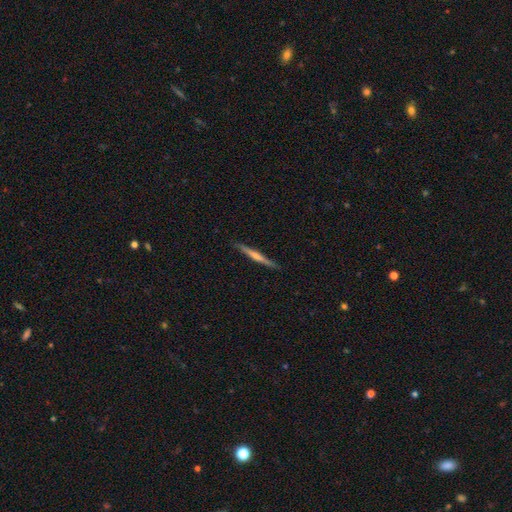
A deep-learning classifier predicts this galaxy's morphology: A featured or disk galaxy (69%) viewed edge-on (98%) with a rounded central bulge (64%).

Vote fractions:
- Smooth or featured? featured or disk: 69% / smooth: 25% / star or artifact: 6%
- Edge-on disk? yes: 98% / no: 2%
- Edge-on bulge? rounded: 64% / none: 26% / boxy: 10%
- Merging? none: 91% / minor disturbance: 7% / major disturbance: 1% / merger: 1%